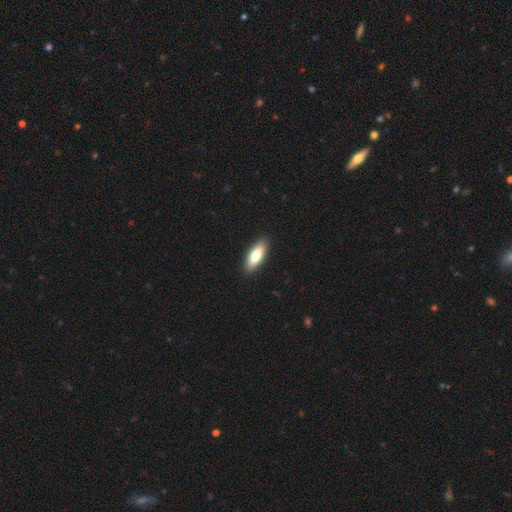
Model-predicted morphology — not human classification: This is likely a smooth galaxy (75%). How rounded: likely in between (71%). Merging: clearly none (90%).